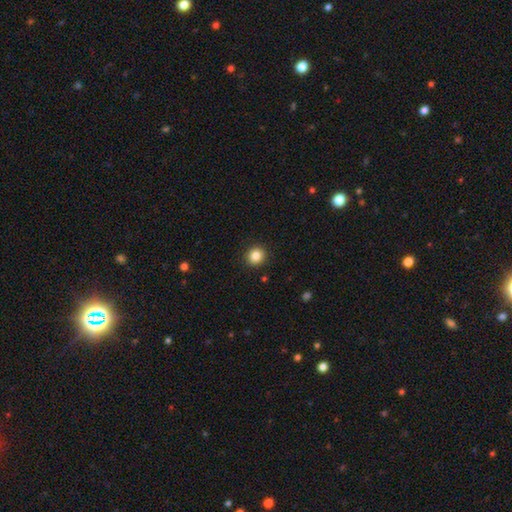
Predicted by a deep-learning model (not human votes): Q: Smooth or featured?
A: smooth (85%); runner-up: star or artifact (10%)
Q: How rounded?
A: round (90%); runner-up: in between (9%)
Q: Merging?
A: none (92%); runner-up: minor disturbance (6%)